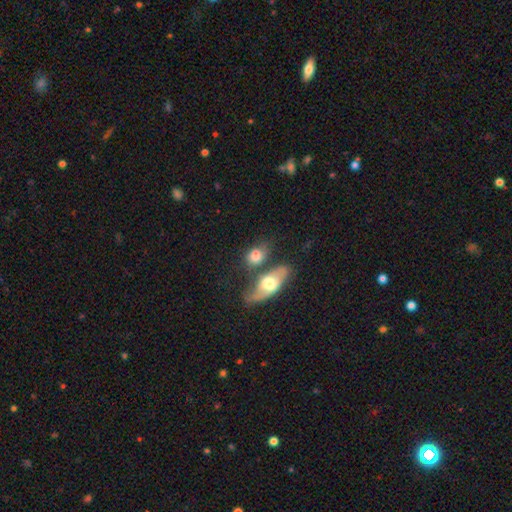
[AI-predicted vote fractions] The model was most divided on "merging": none: 40%, merger: 35%, minor disturbance: 16%, major disturbance: 9%. More confident: how rounded — in between (69%); smooth or featured — smooth (69%).